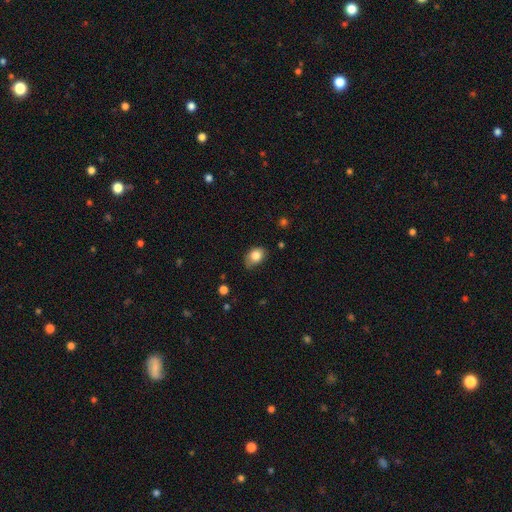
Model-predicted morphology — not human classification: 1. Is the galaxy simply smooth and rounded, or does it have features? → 82% smooth, 10% featured or disk, 8% star or artifact.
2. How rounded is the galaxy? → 73% in between, 25% round, 1% cigar-shaped.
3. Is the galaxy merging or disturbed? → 58% none, 33% minor disturbance, 7% major disturbance, 2% merger.